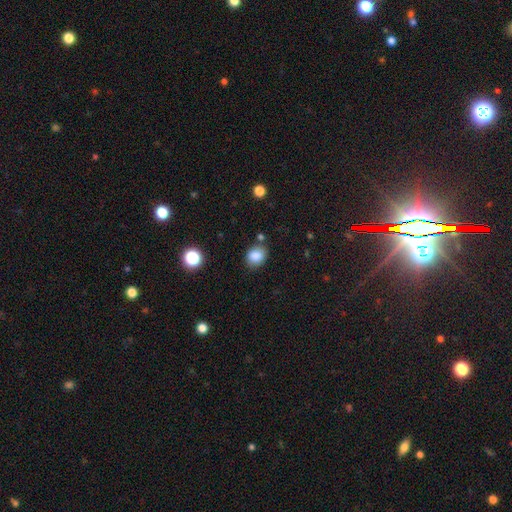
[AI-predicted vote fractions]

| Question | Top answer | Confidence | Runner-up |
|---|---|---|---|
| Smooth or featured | smooth | 85% | star or artifact (10%) |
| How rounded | round | 55% | in between (44%) |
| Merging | none | 75% | minor disturbance (15%) |